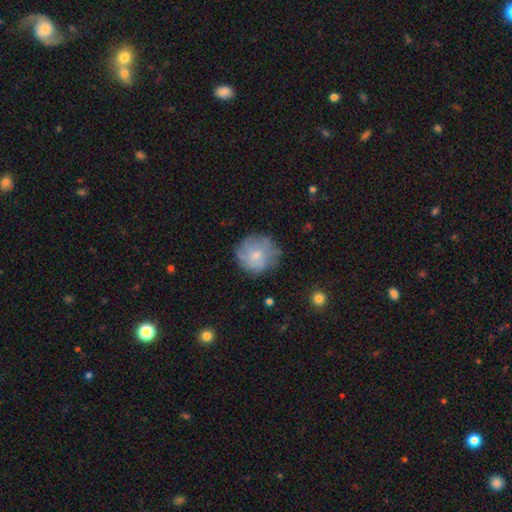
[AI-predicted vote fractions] This is possibly a smooth galaxy (58%). How rounded: clearly round (89%). Merging: likely none (67%).